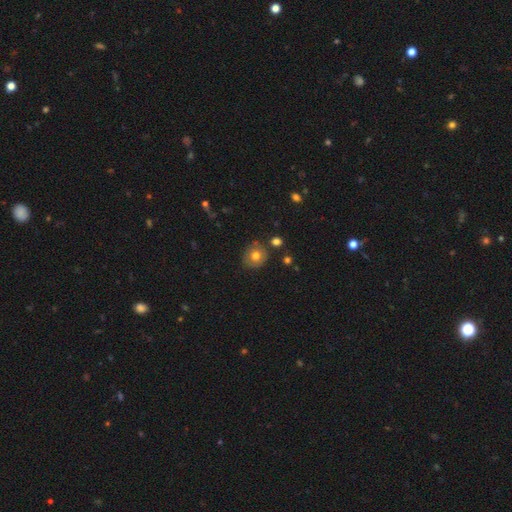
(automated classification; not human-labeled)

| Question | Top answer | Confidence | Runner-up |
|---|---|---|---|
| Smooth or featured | smooth | 74% | featured or disk (15%) |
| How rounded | round | 84% | in between (16%) |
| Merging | none | 82% | minor disturbance (11%) |